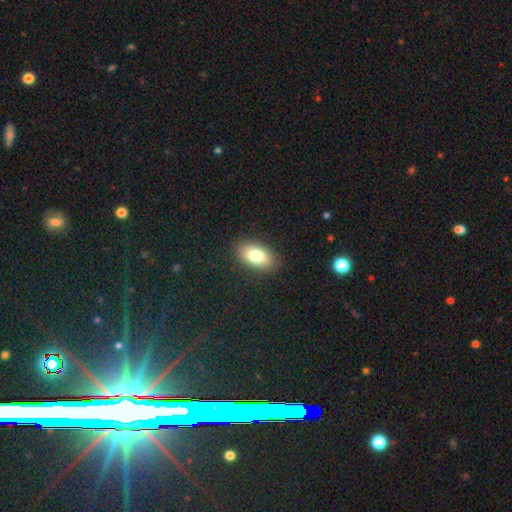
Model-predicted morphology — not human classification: This is likely a smooth galaxy (78%). How rounded: clearly in between (92%). Merging: clearly none (87%).